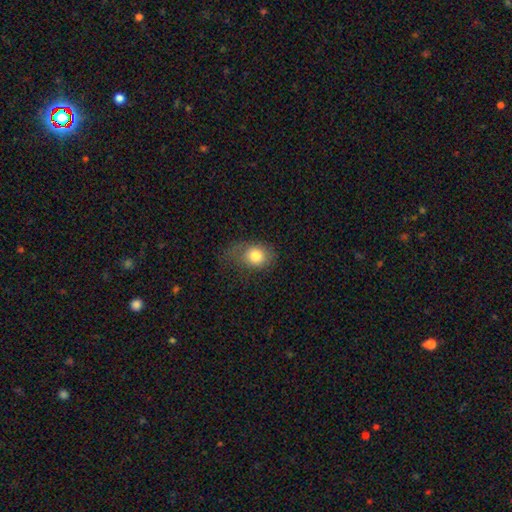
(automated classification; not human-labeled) Morphology: type=smooth (79%); roundness=round (50%); merging=none (44%).